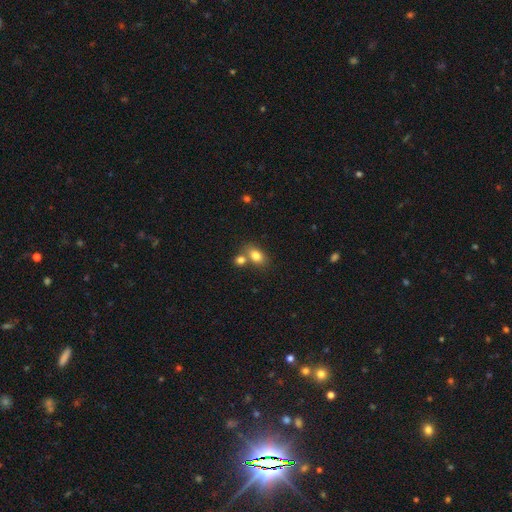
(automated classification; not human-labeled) Overall: smooth (81%). How rounded: in between (74%). Merging: none (55%; merger 31%).